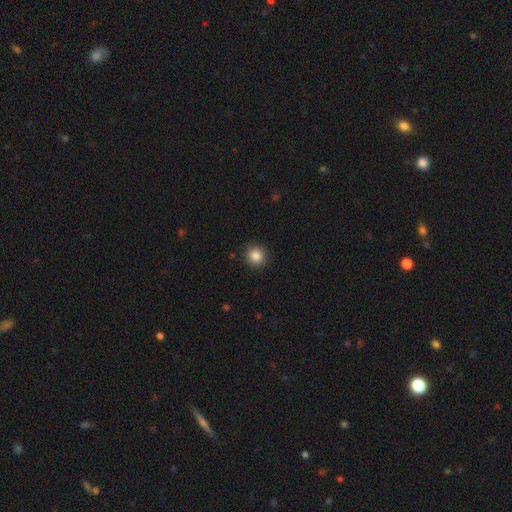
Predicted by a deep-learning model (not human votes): smooth-or-featured: smooth: 85% | star or artifact: 10% | featured or disk: 5%
  how-rounded: round: 92% | in between: 7% | cigar-shaped: 1%
  merging: none: 92% | minor disturbance: 6% | major disturbance: 2% | merger: 1%